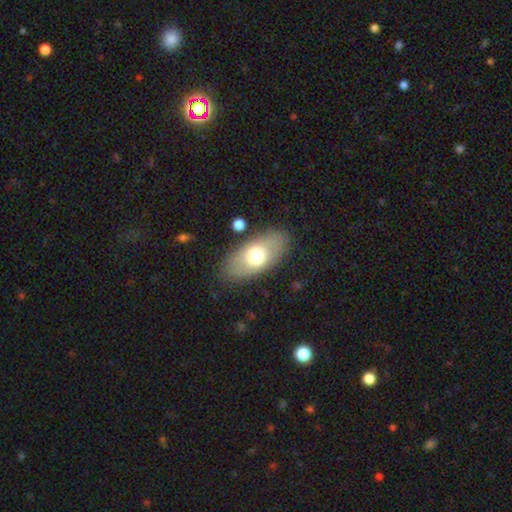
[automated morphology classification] This is likely a smooth galaxy (68%). How rounded: clearly in between (90%). Merging: clearly none (82%).